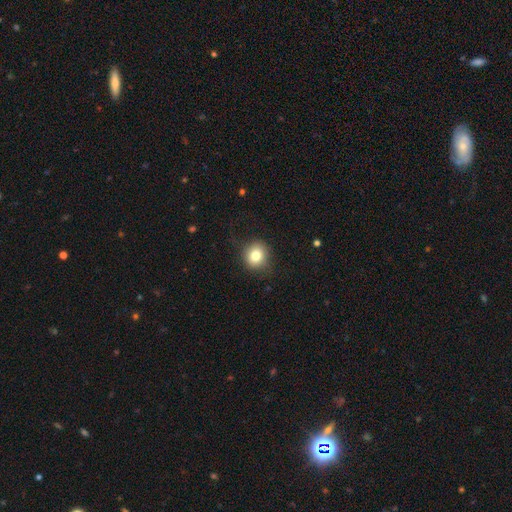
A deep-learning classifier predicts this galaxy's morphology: smooth-or-featured: smooth: 81% | star or artifact: 10% | featured or disk: 9%
  how-rounded: round: 82% | in between: 17% | cigar-shaped: 1%
  merging: none: 82% | minor disturbance: 13% | major disturbance: 4% | merger: 1%